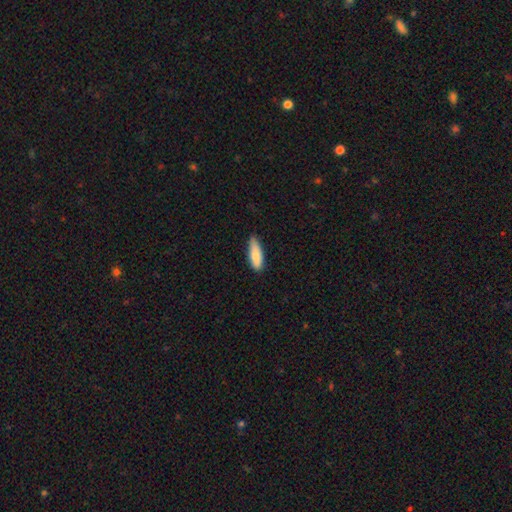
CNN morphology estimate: The model was most divided on "how rounded": in between: 53%, cigar-shaped: 45%, round: 2%. More confident: smooth or featured — smooth (83%); merging — none (77%).